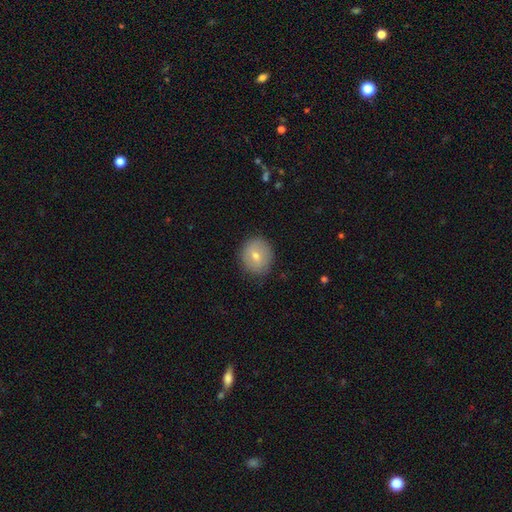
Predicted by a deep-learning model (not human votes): A smooth galaxy with no disk features (67%) that is round (83%).

Vote fractions:
- Smooth or featured? smooth: 67% / featured or disk: 22% / star or artifact: 10%
- How rounded? round: 83% / in between: 16% / cigar-shaped: 1%
- Merging? none: 88% / minor disturbance: 9% / major disturbance: 2% / merger: 1%